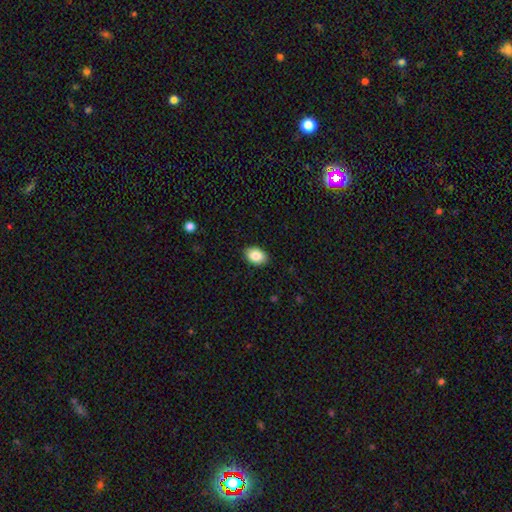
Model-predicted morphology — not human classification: This appears to be a smooth galaxy with no disk features (86%) that is in between round and cigar-shaped (84%). Merging: none (89%).